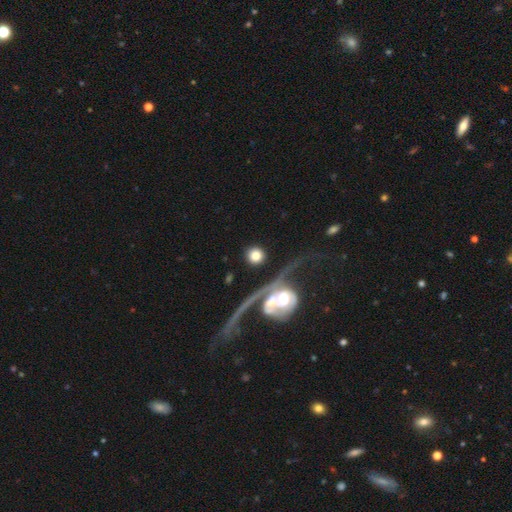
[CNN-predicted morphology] Smooth or featured: smooth — 75% (featured or disk — 18%)
How rounded: round — 91% (in between — 8%)
Merging: none — 71% (merger — 11%)